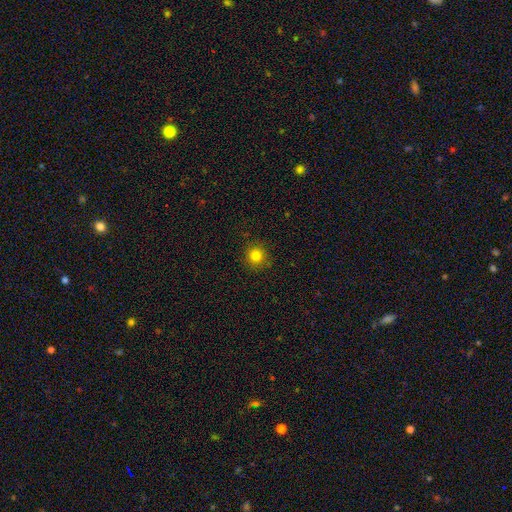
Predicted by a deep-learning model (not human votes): smooth-or-featured: smooth: 81% | star or artifact: 14% | featured or disk: 6%
  how-rounded: round: 93% | in between: 6% | cigar-shaped: 1%
  merging: none: 89% | minor disturbance: 8% | major disturbance: 2% | merger: 1%